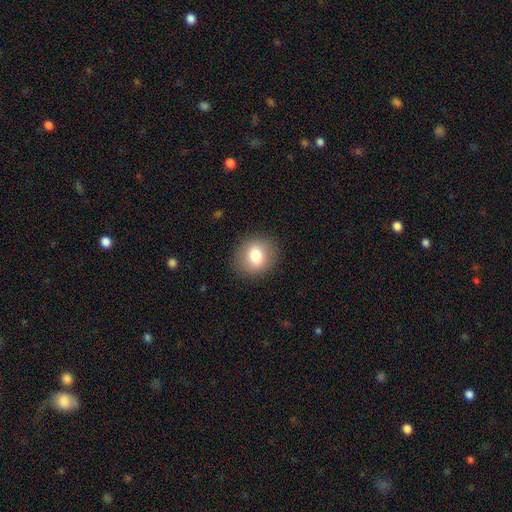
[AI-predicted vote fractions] The model was most divided on "how rounded": round: 74%, in between: 25%, cigar-shaped: 1%. More confident: merging — none (88%); smooth or featured — smooth (77%).